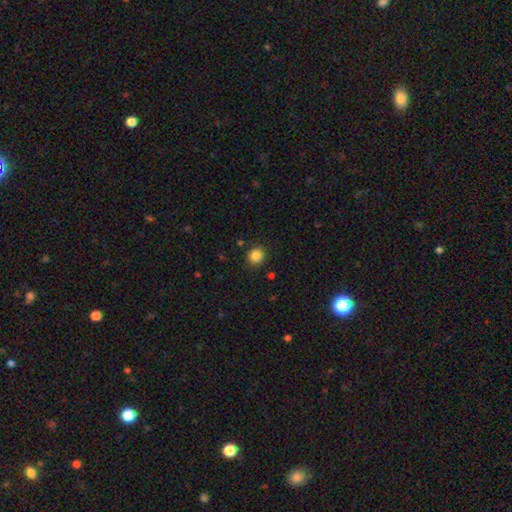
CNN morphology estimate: Overall: smooth (85%). How rounded: round (82%). Merging: none (88%).